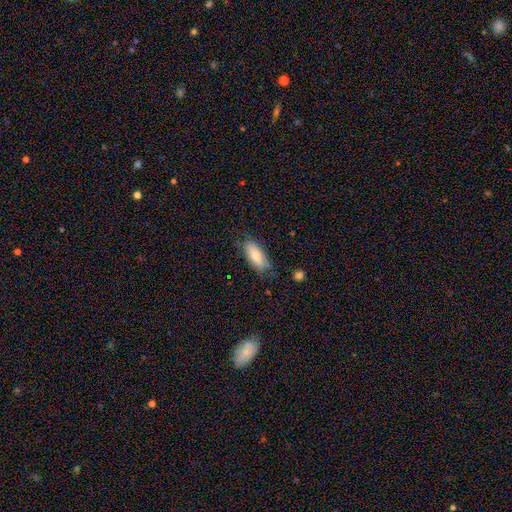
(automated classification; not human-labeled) This is likely a smooth galaxy (79%). How rounded: likely in between (75%). Merging: likely none (71%).